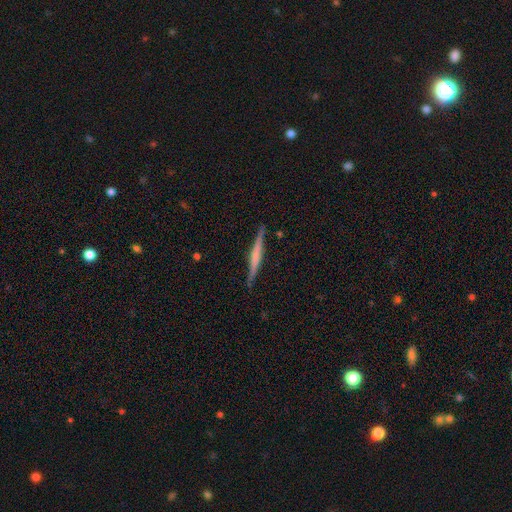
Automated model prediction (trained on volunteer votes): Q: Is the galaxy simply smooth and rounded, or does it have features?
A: featured or disk — 64%.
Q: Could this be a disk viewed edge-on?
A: yes — 98%.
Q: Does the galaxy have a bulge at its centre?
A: none — 40%.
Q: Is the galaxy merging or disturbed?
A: none — 88%.